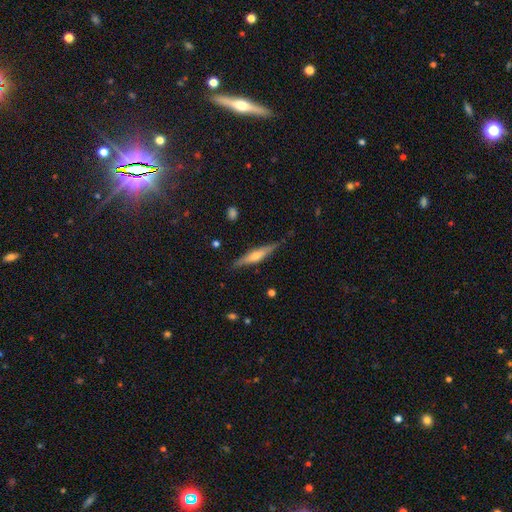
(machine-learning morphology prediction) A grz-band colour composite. It shows a featured or disk galaxy (57%) viewed edge-on (95%) with a rounded central bulge (79%). Merging: none (83%).